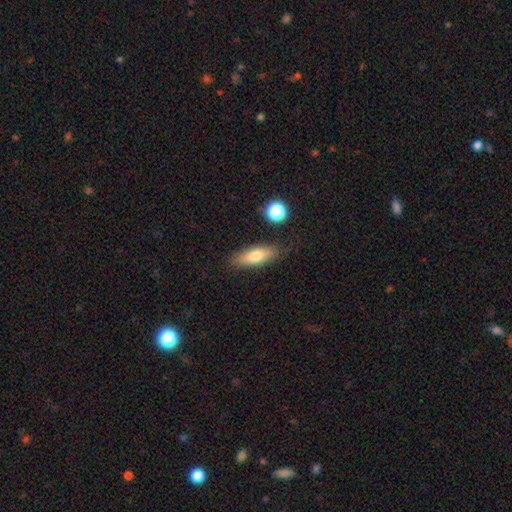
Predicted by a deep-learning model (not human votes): This appears to be a smooth galaxy with no disk features (74%) that is in between round and cigar-shaped (60%). Merging: none (81%).